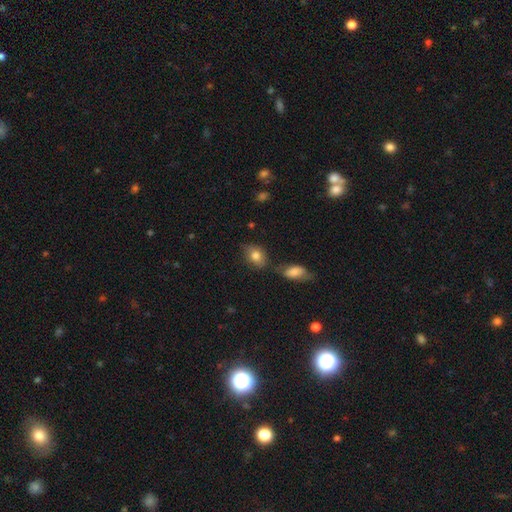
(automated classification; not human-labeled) smooth 81%, featured or disk 11%, star or artifact 8%. Down the decision tree: how rounded — in between (72%); merging — none (66%).